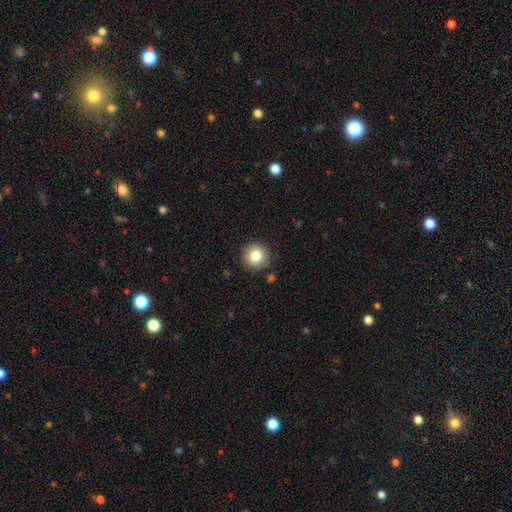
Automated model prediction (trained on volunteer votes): smooth 83%, star or artifact 10%, featured or disk 7%. Down the decision tree: how rounded — round (93%); merging — none (89%).